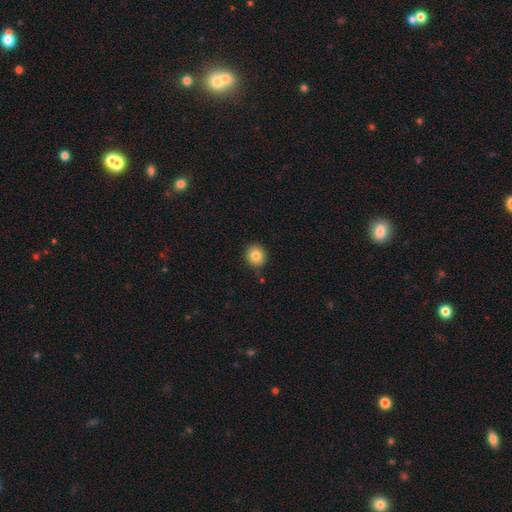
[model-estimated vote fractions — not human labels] smooth-or-featured: smooth: 84% | star or artifact: 10% | featured or disk: 7%
  how-rounded: round: 87% | in between: 12% | cigar-shaped: 1%
  merging: none: 87% | minor disturbance: 9% | merger: 2% | major disturbance: 2%